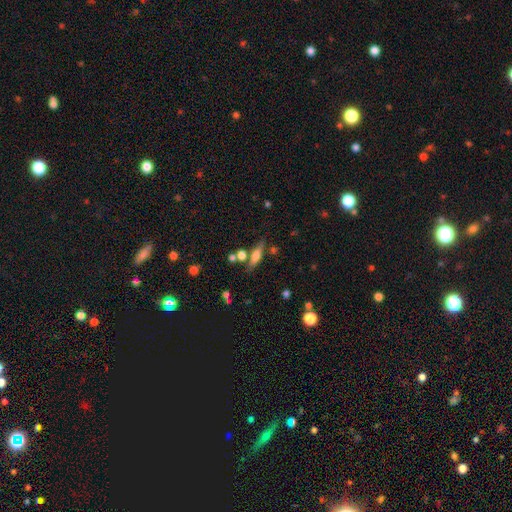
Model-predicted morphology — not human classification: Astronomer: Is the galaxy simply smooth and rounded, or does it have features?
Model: smooth — 50% (runner-up: featured or disk, 40%).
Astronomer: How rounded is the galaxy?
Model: cigar-shaped — 51% (runner-up: in between, 44%).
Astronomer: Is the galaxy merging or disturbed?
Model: none — 69%.